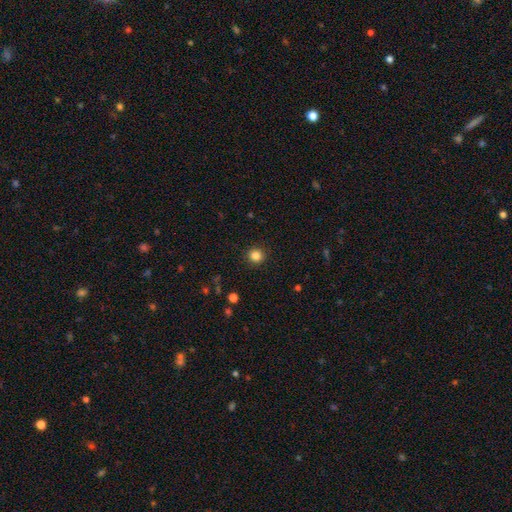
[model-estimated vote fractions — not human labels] This appears to be a smooth galaxy with no disk features (84%) that is round (92%). Merging: none (92%).